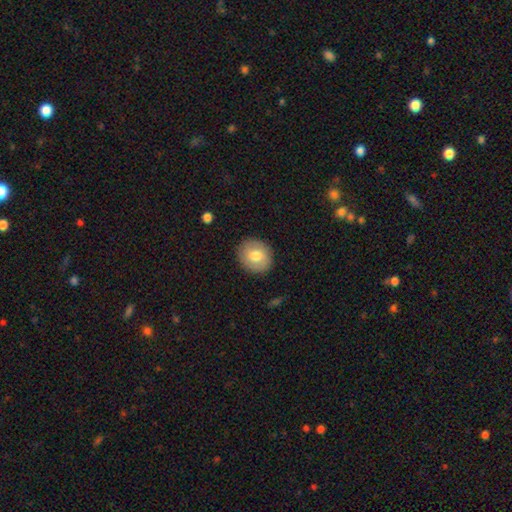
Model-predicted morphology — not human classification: Smooth or featured? Predicted: smooth (p=0.75). How rounded? Predicted: round (p=0.75). Merging? Predicted: none (p=0.89).